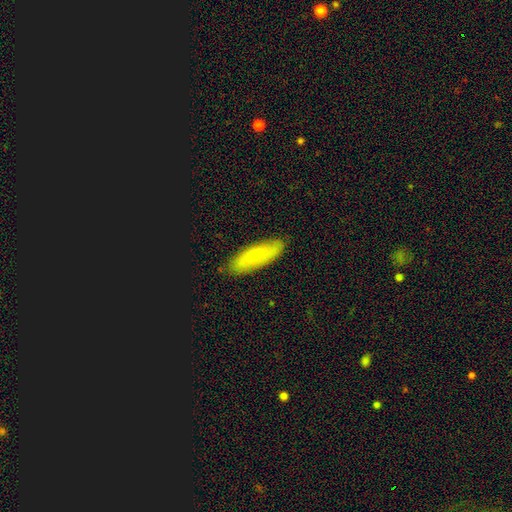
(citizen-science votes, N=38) A smooth galaxy with no disk features (71%) that is in between round and cigar-shaped (59%). Merging: none (89%).